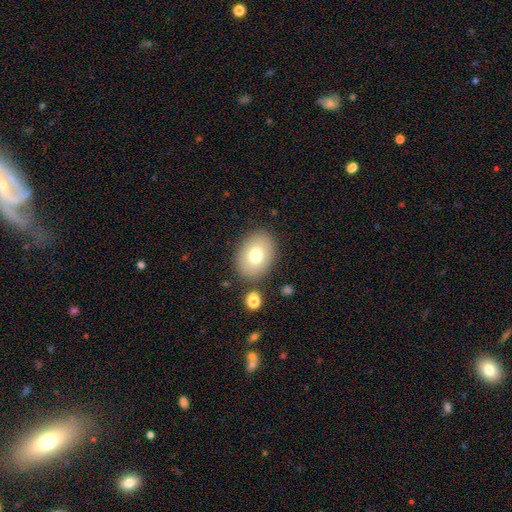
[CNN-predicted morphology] A smooth galaxy with no disk features (75%) that is in between round and cigar-shaped (75%). Merging: none (83%).